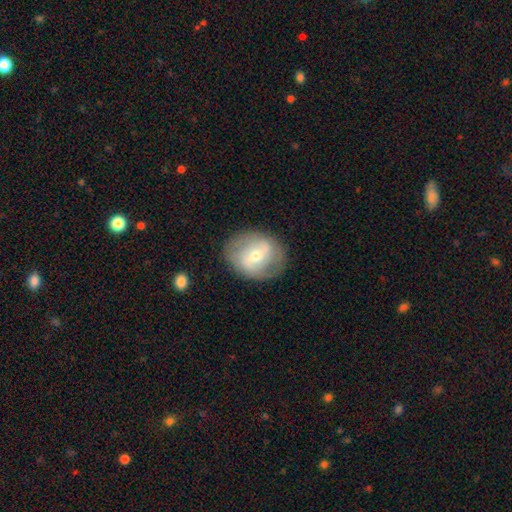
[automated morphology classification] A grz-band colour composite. It shows a featured or disk galaxy (60%) with a weak bar (44%), spiral arms (70%) and a moderate central bulge (57%). Merging: none (78%).